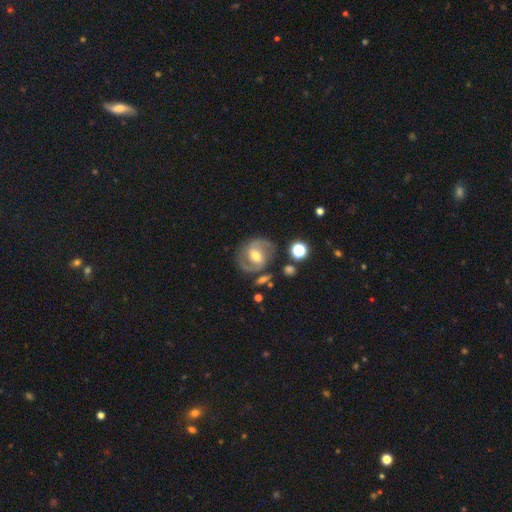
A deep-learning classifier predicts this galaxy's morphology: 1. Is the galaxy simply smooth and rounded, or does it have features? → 79% featured or disk, 15% smooth, 7% star or artifact.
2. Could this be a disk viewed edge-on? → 97% no, 3% yes.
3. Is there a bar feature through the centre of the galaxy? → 47% weak, 31% strong, 22% no.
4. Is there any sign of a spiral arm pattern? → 89% yes, 11% no.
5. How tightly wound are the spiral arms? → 54% medium, 29% tight, 17% loose.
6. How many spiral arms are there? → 89% 2, 6% can't tell, 2% 1, 1% 3, 1% 4, 1% more than 4.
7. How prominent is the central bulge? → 68% moderate, 21% small, 8% large, 1% none, 1% dominant.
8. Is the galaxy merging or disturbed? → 77% none, 13% minor disturbance, 6% major disturbance, 4% merger.